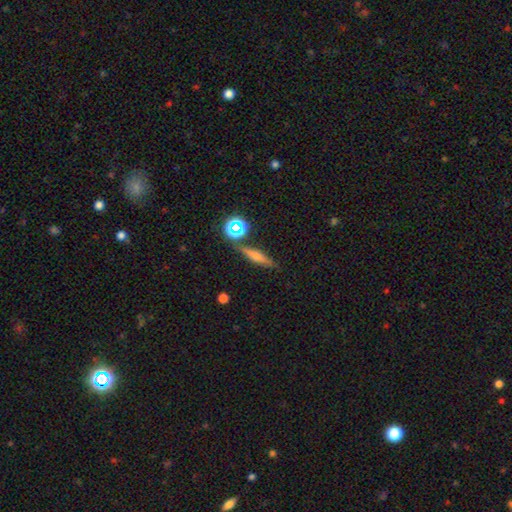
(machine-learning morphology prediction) Q: Smooth or featured?
A: smooth (48%); runner-up: featured or disk (38%)
Q: Merging?
A: none (80%); runner-up: minor disturbance (11%)